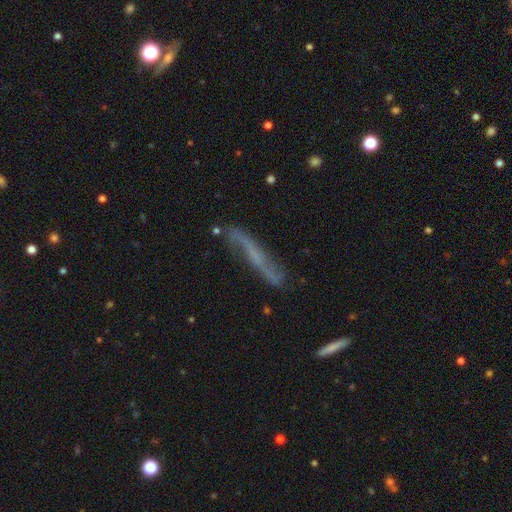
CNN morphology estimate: This appears to be a featured or disk galaxy (58%) viewed edge-on (60%). Merging: none (66%).